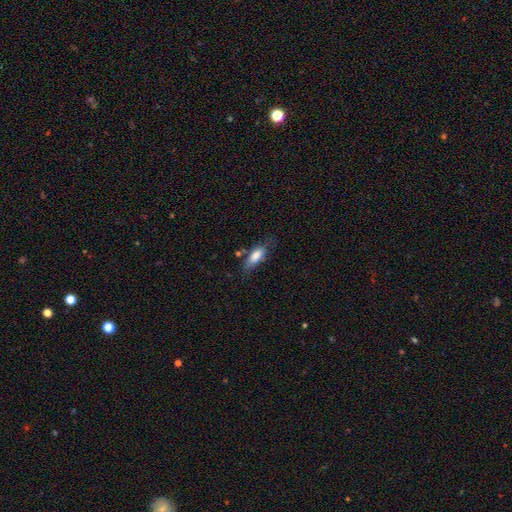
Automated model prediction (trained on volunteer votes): Smooth or featured? Predicted: smooth (p=0.78). How rounded? Predicted: in between (p=0.75). Merging? Predicted: none (p=0.60).